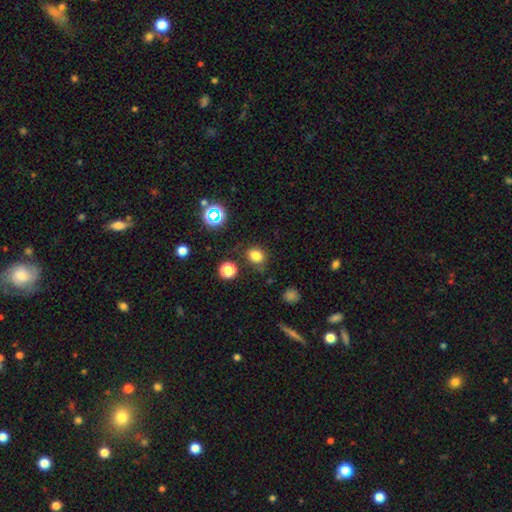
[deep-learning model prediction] smooth 78%, star or artifact 16%, featured or disk 6%. Down the decision tree: how rounded — round (64%); merging — none (76%).